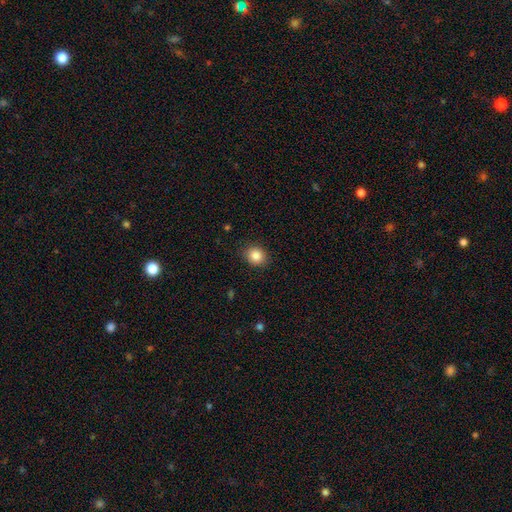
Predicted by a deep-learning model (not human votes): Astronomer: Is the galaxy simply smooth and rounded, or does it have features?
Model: smooth — 86%.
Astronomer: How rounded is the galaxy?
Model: round — 70%.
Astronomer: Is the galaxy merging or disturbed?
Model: none — 87%.